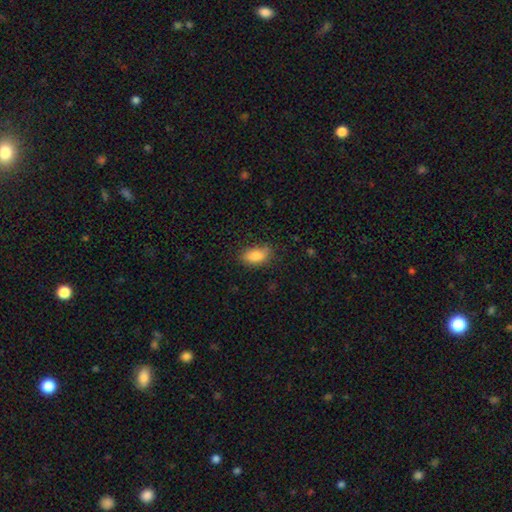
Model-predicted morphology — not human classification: This is clearly a smooth galaxy (85%). How rounded: clearly in between (90%). Merging: likely none (74%).